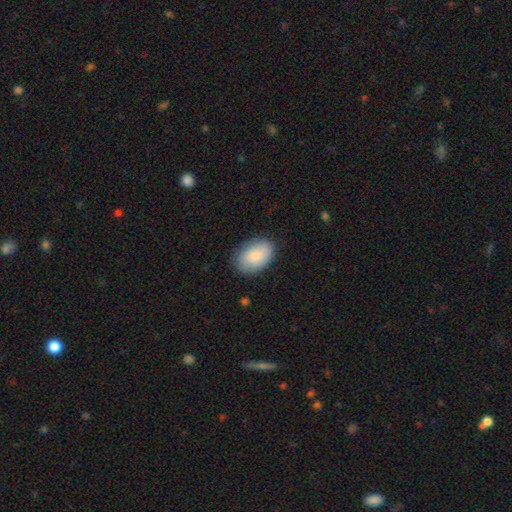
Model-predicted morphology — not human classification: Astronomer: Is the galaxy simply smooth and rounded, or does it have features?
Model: smooth — 81%.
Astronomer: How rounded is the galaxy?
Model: in between — 84%.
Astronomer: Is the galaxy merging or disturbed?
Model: none — 82%.